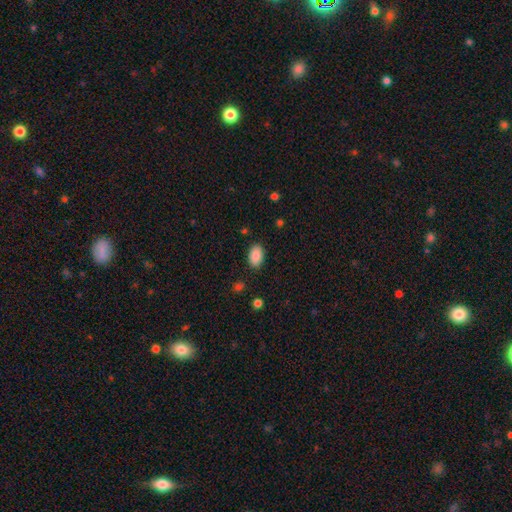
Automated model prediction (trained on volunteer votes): A smooth galaxy with no disk features (89%) that is in between round and cigar-shaped (92%). Merging: none (87%).